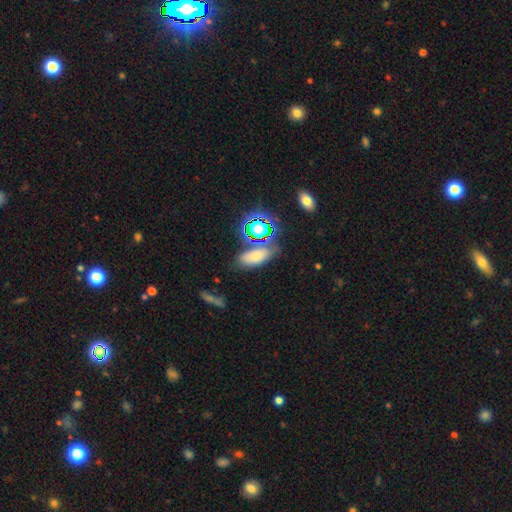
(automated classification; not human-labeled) Smooth or featured?
  - smooth: 66% *
  - star or artifact: 23%
  - featured or disk: 11%
How rounded?
  - in between: 80% *
  - cigar-shaped: 11%
  - round: 9%
Merging?
  - none: 65% *
  - minor disturbance: 15%
  - merger: 13%
  - major disturbance: 6%